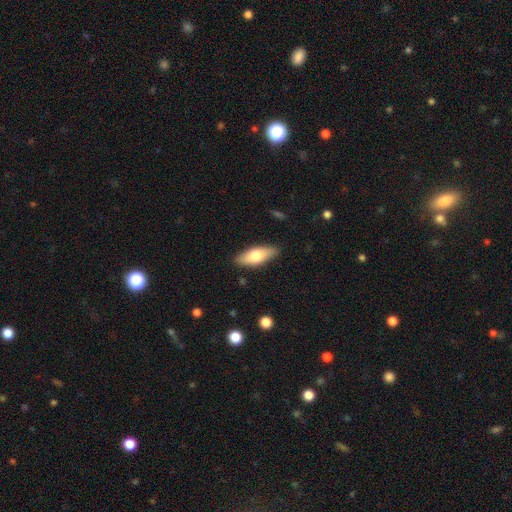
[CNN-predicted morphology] smooth-or-featured: smooth: 69% | featured or disk: 26% | star or artifact: 6%
  how-rounded: in between: 72% | cigar-shaped: 26% | round: 2%
  merging: none: 87% | minor disturbance: 10% | major disturbance: 2% | merger: 1%